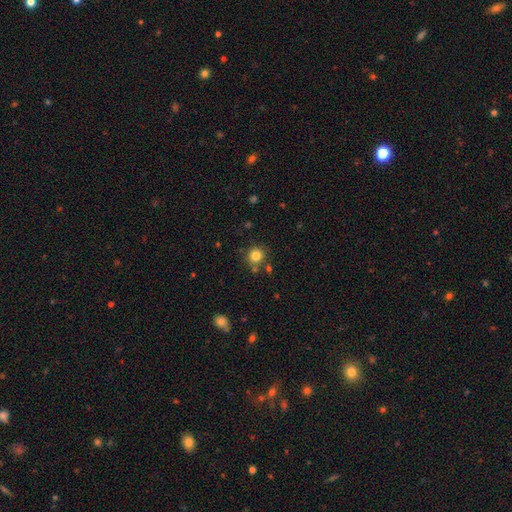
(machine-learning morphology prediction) smooth-or-featured: smooth: 82% | star or artifact: 12% | featured or disk: 6%
  how-rounded: round: 92% | in between: 8% | cigar-shaped: 1%
  merging: none: 81% | minor disturbance: 9% | merger: 7% | major disturbance: 3%